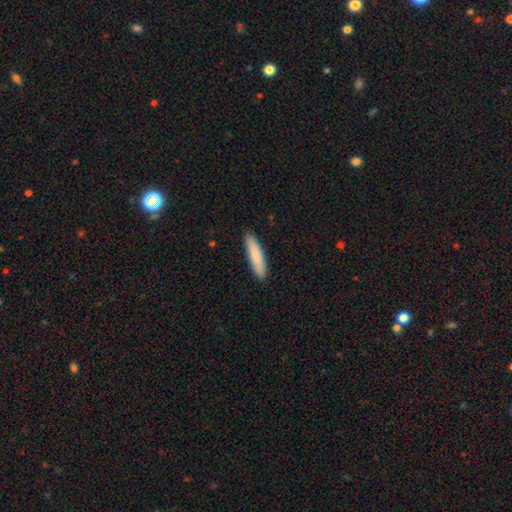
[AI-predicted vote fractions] smooth-or-featured: smooth: 85% | featured or disk: 10% | star or artifact: 5%
  how-rounded: cigar-shaped: 83% | in between: 16% | round: 1%
  merging: none: 91% | minor disturbance: 7% | major disturbance: 1% | merger: 1%